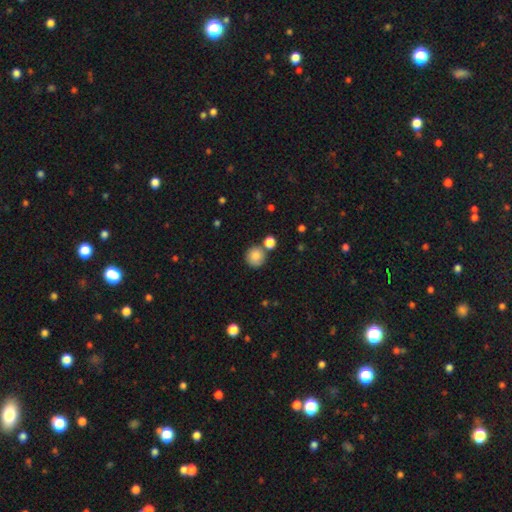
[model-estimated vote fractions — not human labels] This appears to be a smooth galaxy with no disk features (85%) that is round (91%). Merging: none (72%).